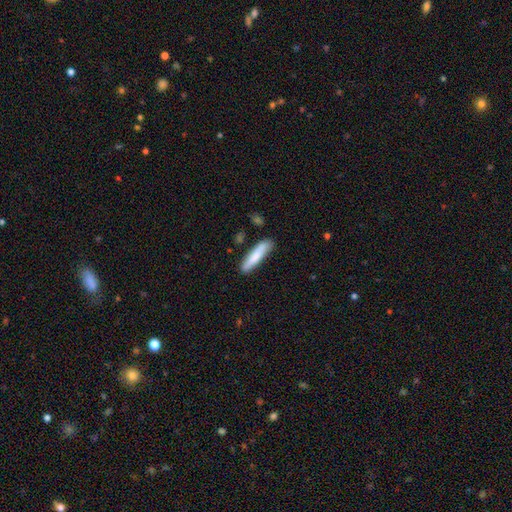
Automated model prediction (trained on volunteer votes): A smooth galaxy with no disk features (80%) that is cigar-shaped (84%). Merging: none (84%).